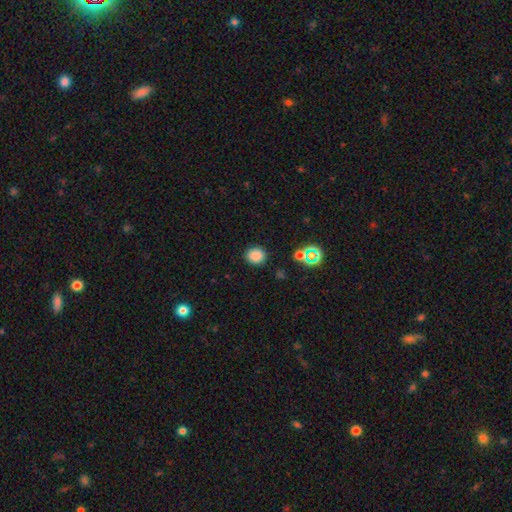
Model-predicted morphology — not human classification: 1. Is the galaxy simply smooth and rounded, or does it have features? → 81% smooth, 14% star or artifact, 4% featured or disk.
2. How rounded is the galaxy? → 73% round, 26% in between, 1% cigar-shaped.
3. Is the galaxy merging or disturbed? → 87% none, 8% minor disturbance, 3% major disturbance, 2% merger.